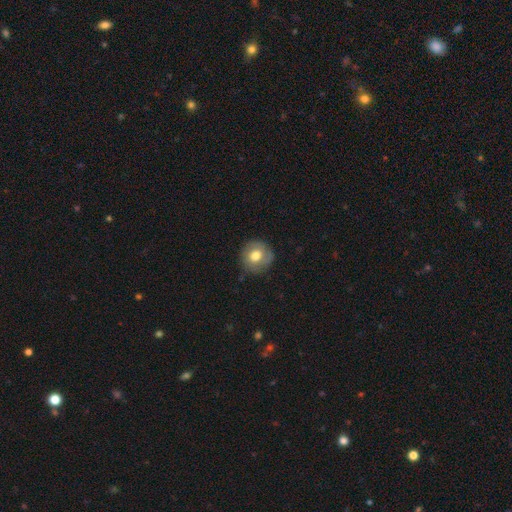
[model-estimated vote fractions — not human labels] Smooth or featured: smooth — 70% (featured or disk — 22%)
How rounded: round — 91% (in between — 8%)
Merging: none — 80% (minor disturbance — 15%)